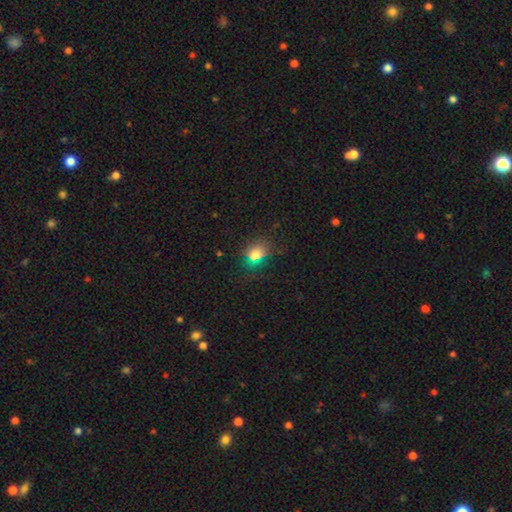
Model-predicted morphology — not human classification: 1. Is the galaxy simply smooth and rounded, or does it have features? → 70% smooth, 22% star or artifact, 8% featured or disk.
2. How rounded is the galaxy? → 51% round, 47% in between, 2% cigar-shaped.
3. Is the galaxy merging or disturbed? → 77% none, 14% minor disturbance, 6% major disturbance, 4% merger.